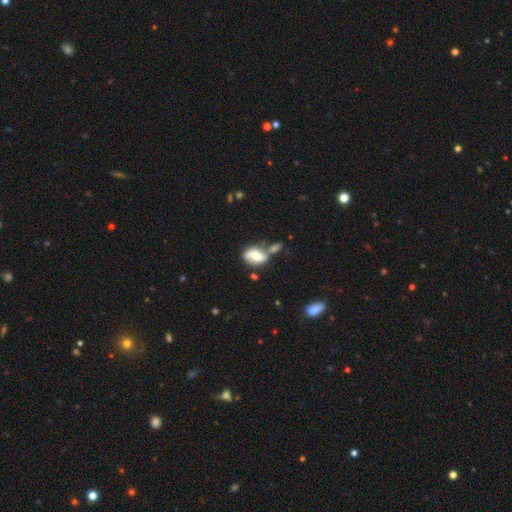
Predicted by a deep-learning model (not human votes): smooth-or-featured: featured or disk: 50% | smooth: 41% | star or artifact: 9%
  merging: merger: 36% | none: 32% | minor disturbance: 18% | major disturbance: 14%